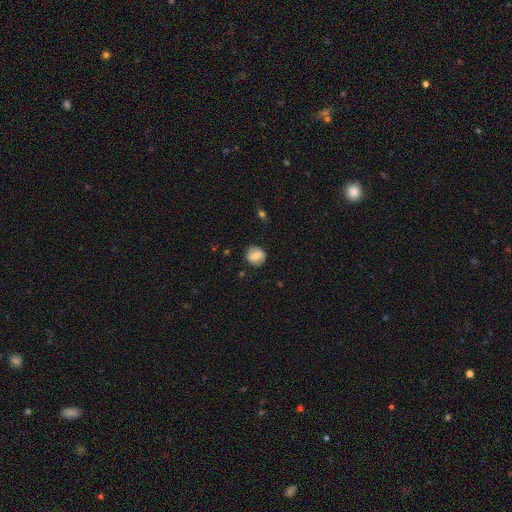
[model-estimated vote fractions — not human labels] This is likely a smooth galaxy (63%). How rounded: likely round (71%). Merging: clearly none (81%).